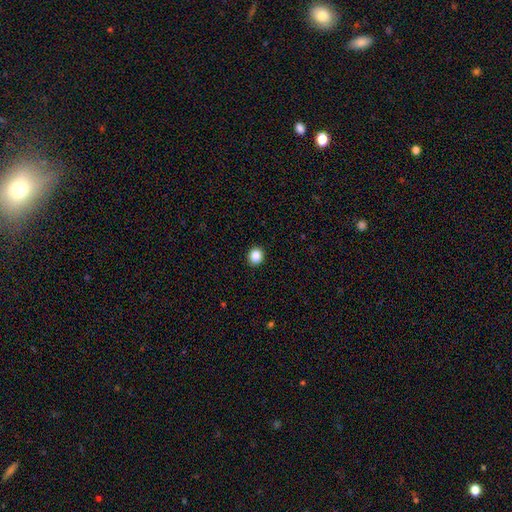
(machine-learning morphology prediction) The model was most divided on "how rounded": round: 76%, in between: 23%, cigar-shaped: 1%. More confident: merging — none (92%); smooth or featured — smooth (87%).